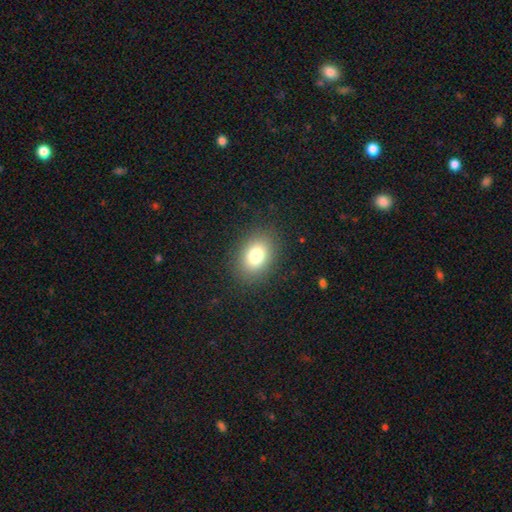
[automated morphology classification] Overall: smooth (79%). How rounded: in between (69%; round 30%). Merging: none (87%).